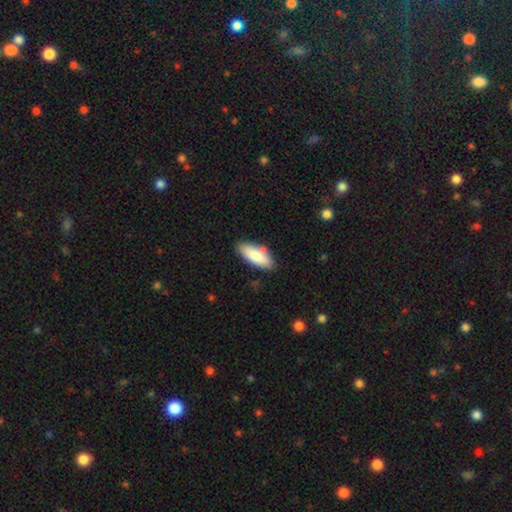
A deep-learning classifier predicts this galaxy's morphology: This is clearly a smooth galaxy (83%). How rounded: likely in between (78%). Merging: likely none (80%).